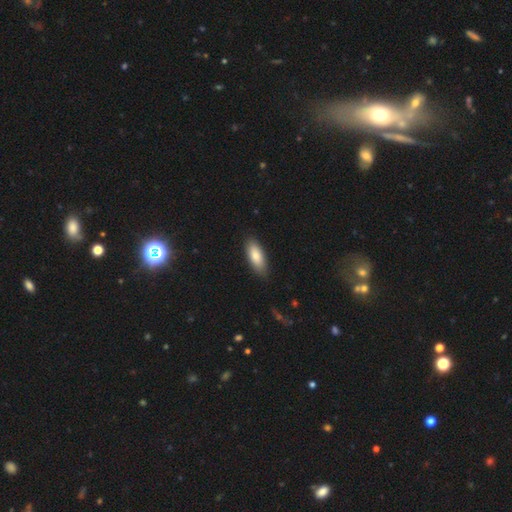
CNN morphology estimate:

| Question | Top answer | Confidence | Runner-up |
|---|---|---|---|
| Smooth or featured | smooth | 81% | featured or disk (13%) |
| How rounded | in between | 79% | cigar-shaped (19%) |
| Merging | none | 86% | minor disturbance (11%) |